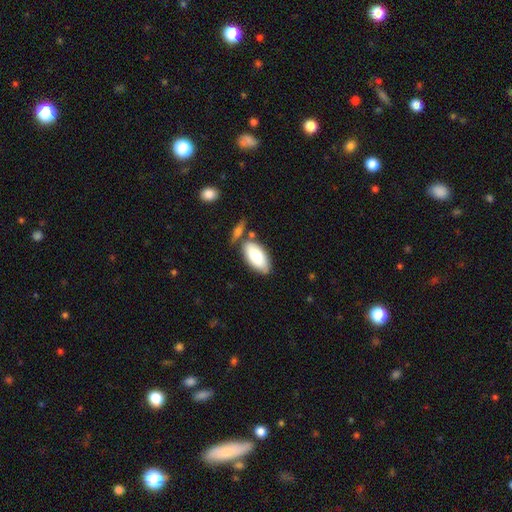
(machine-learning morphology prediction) Smooth or featured: smooth — 78% (featured or disk — 16%)
How rounded: in between — 93% (cigar-shaped — 5%)
Merging: none — 64% (merger — 16%)